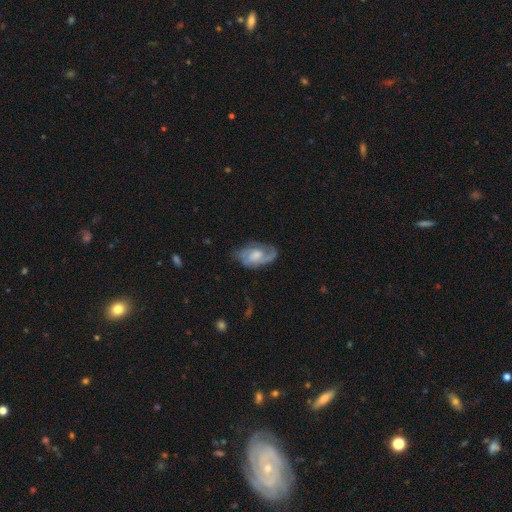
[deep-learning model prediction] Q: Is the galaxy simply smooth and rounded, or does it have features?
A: featured or disk — 70%.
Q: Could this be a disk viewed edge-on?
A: no — 96%.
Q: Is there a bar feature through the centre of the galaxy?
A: no — 54%.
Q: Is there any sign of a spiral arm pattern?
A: yes — 88%.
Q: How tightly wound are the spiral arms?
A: medium — 46%.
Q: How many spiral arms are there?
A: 2 — 55%.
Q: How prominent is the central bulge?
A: moderate — 44%.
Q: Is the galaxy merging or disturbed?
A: none — 60%.